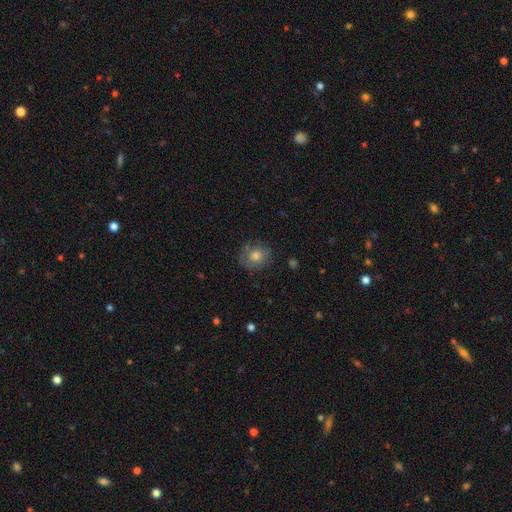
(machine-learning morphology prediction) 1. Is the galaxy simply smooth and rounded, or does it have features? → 70% smooth, 18% featured or disk, 12% star or artifact.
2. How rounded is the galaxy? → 76% round, 23% in between, 1% cigar-shaped.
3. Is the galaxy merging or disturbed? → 75% none, 18% minor disturbance, 5% major disturbance, 1% merger.